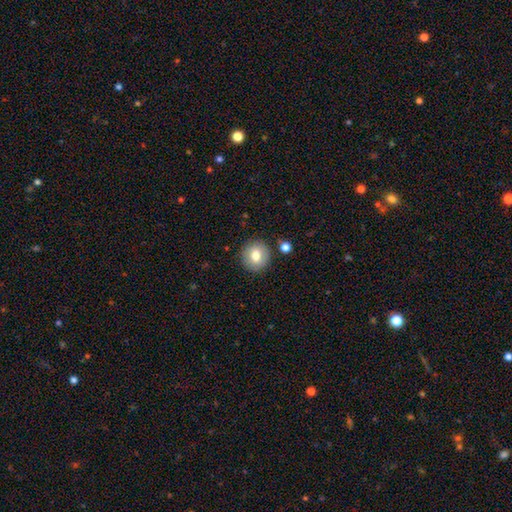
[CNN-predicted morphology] This appears to be a smooth galaxy with no disk features (77%) that is round (89%). Merging: none (86%).